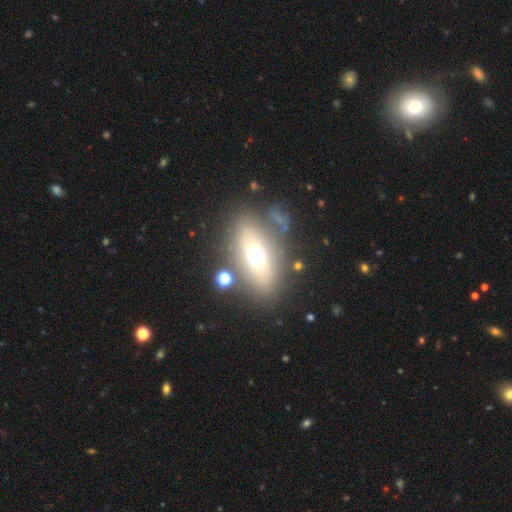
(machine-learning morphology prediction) type=smooth (54%); roundness=in between (77%); merging=none (71%).